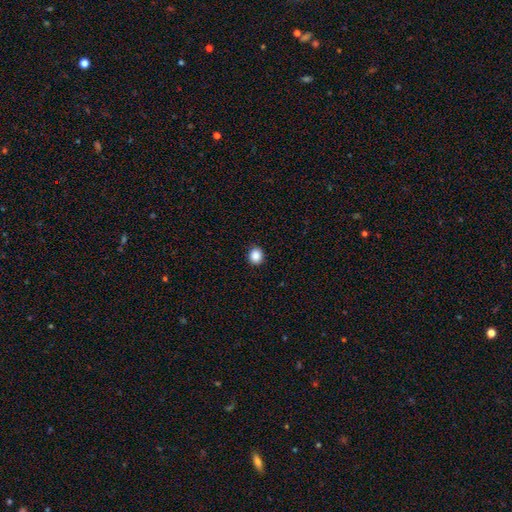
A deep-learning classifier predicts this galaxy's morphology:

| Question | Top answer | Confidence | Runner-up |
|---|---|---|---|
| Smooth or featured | smooth | 88% | star or artifact (9%) |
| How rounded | round | 71% | in between (28%) |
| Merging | none | 91% | minor disturbance (6%) |